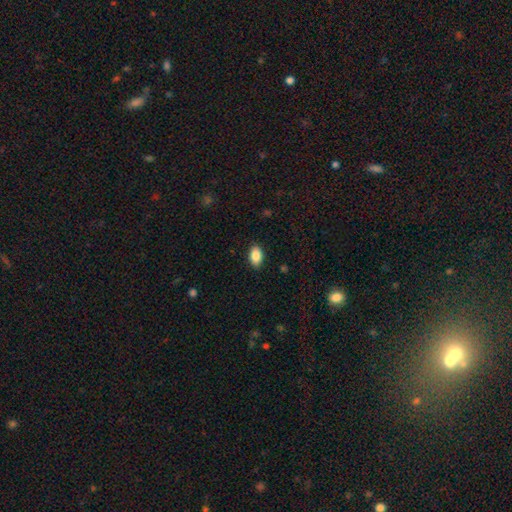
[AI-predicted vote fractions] smooth-or-featured: smooth: 86% | star or artifact: 7% | featured or disk: 6%
  how-rounded: in between: 91% | round: 7% | cigar-shaped: 2%
  merging: none: 88% | minor disturbance: 9% | major disturbance: 2% | merger: 1%